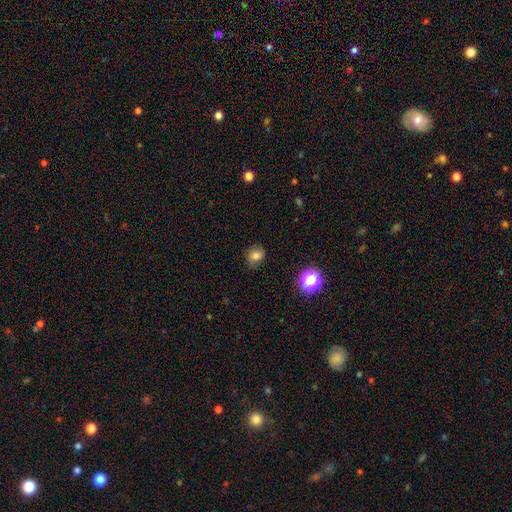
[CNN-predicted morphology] smooth 78%, star or artifact 14%, featured or disk 8%. Down the decision tree: how rounded — round (63%); merging — none (82%).